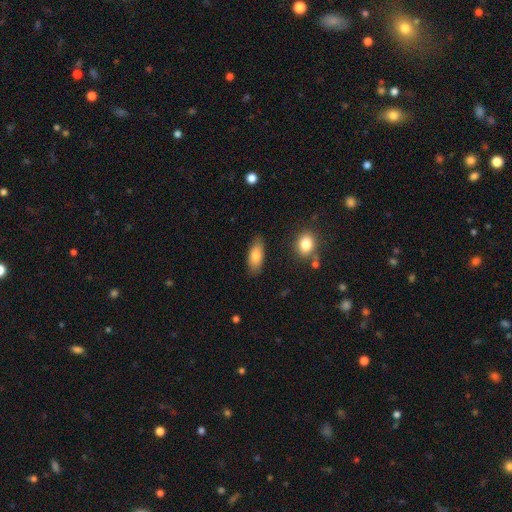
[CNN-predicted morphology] smooth 83%, featured or disk 10%, star or artifact 7%. Down the decision tree: how rounded — in between (83%); merging — none (81%).